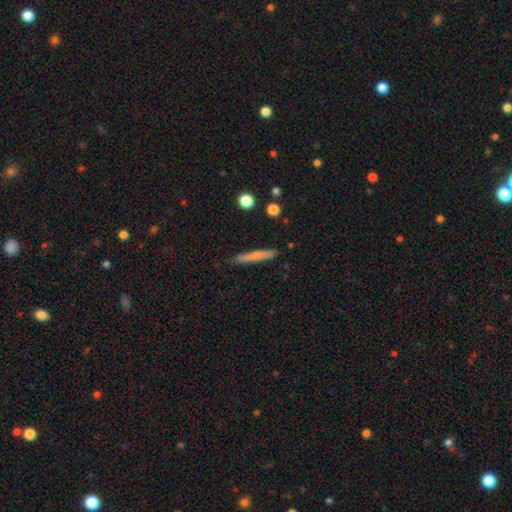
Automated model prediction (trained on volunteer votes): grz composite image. It shows a smooth galaxy with no disk features (68%) that is cigar-shaped (95%). Merging: none (87%).